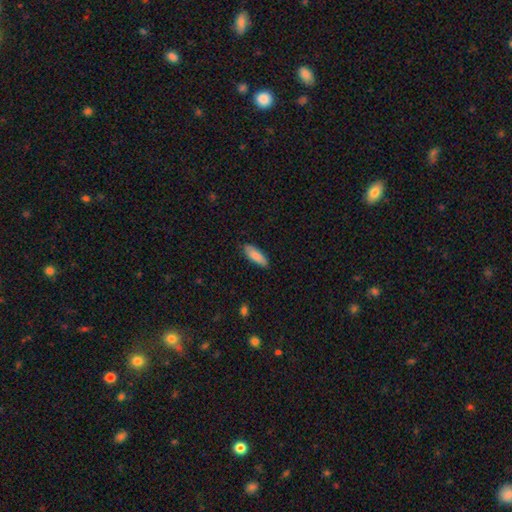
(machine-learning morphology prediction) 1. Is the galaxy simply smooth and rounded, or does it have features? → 87% smooth, 8% featured or disk, 6% star or artifact.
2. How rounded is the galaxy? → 61% in between, 37% cigar-shaped, 2% round.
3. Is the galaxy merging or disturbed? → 83% none, 14% minor disturbance, 2% major disturbance, 1% merger.